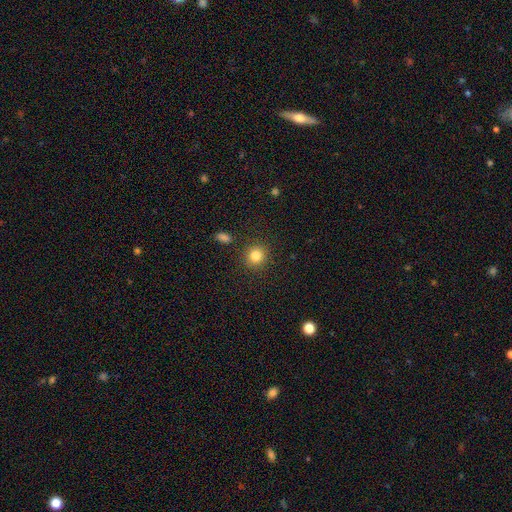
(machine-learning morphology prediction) Overall: smooth (84%). How rounded: round (89%). Merging: none (88%).